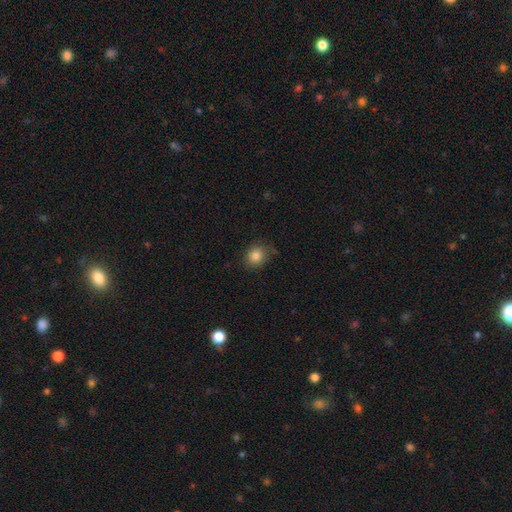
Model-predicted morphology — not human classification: This appears to be a smooth galaxy with no disk features (84%) that is round (62%). Merging: none (75%).